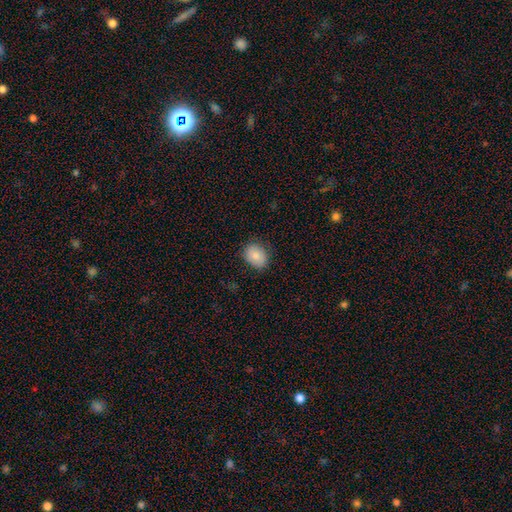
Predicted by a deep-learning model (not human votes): This appears to be a smooth galaxy with no disk features (83%) that is in between round and cigar-shaped (57%). Merging: none (80%).